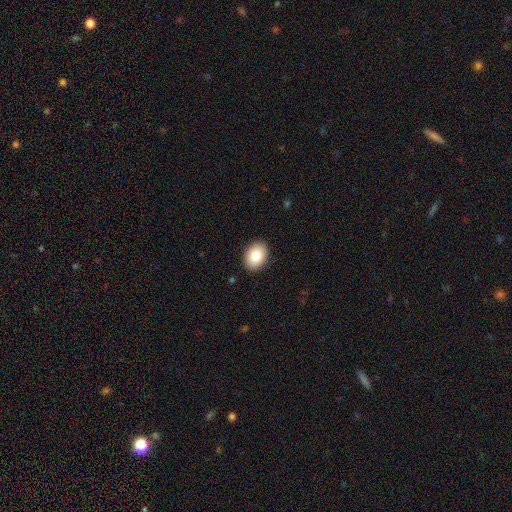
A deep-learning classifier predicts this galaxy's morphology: Q: Smooth or featured?
A: smooth (85%); runner-up: featured or disk (8%)
Q: How rounded?
A: in between (73%); runner-up: round (26%)
Q: Merging?
A: none (90%); runner-up: minor disturbance (7%)